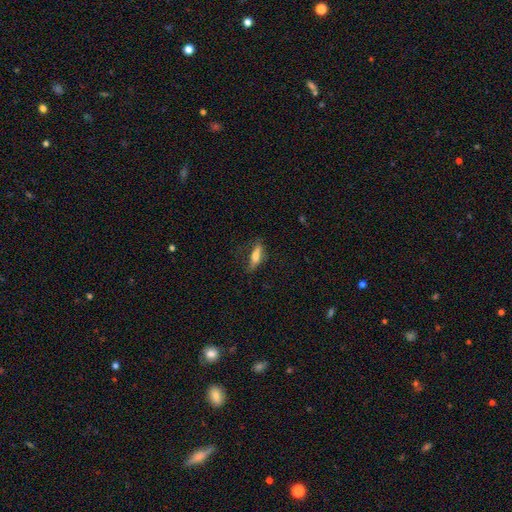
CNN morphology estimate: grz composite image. It shows a smooth galaxy with no disk features (63%) that is cigar-shaped (63%). Merging: none (65%).